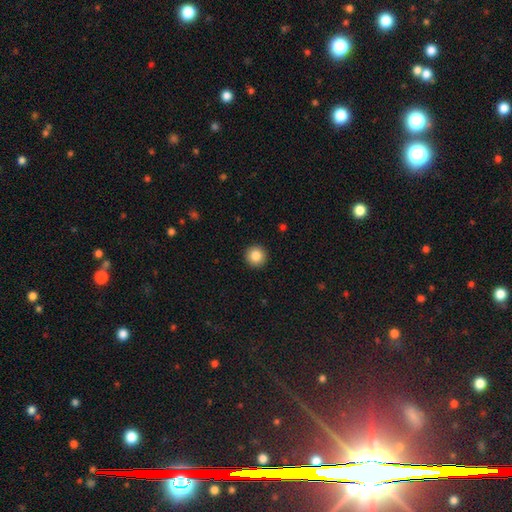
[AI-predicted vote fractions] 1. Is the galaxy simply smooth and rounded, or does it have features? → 85% smooth, 10% star or artifact, 6% featured or disk.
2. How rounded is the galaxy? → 96% round, 3% in between, 1% cigar-shaped.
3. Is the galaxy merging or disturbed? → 93% none, 4% minor disturbance, 1% major disturbance, 1% merger.